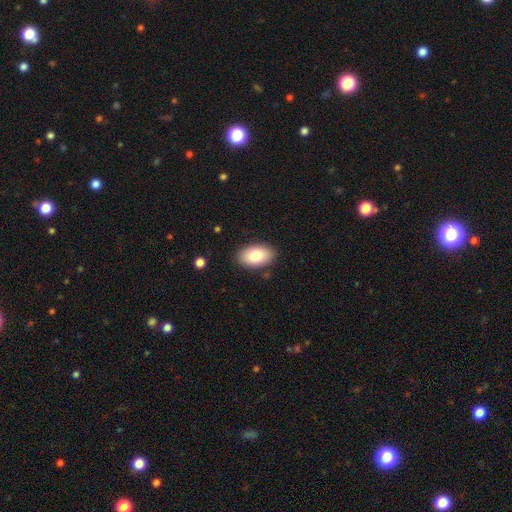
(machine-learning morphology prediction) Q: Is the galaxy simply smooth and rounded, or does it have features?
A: smooth — 81%.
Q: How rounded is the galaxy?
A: in between — 92%.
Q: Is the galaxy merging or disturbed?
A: none — 88%.